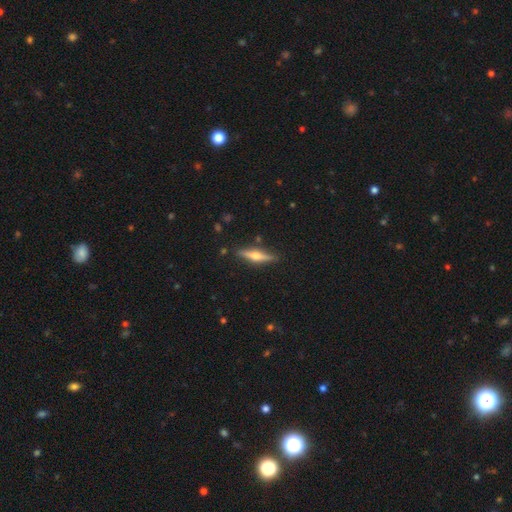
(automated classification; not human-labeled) smooth_or_featured: featured or disk (p=0.64) [alt: smooth p=0.30]
disk_edge_on: yes (p=0.96) [alt: no p=0.04]
edge_on_bulge: rounded (p=0.92) [alt: boxy p=0.05]
merging: none (p=0.87) [alt: minor disturbance p=0.09]